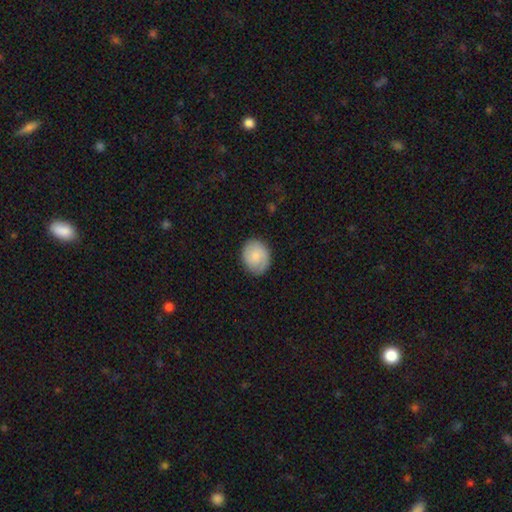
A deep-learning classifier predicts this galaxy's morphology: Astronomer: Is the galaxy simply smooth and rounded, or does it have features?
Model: smooth — 76%.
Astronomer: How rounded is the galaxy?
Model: round — 66%.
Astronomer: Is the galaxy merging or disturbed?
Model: none — 83%.